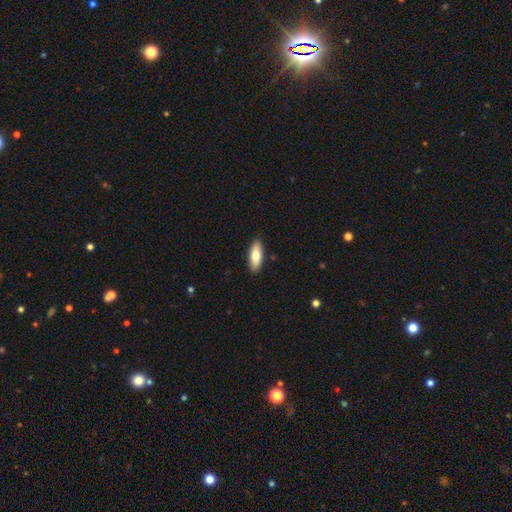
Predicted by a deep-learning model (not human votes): smooth-or-featured: smooth: 74% | featured or disk: 20% | star or artifact: 6%
  how-rounded: in between: 76% | cigar-shaped: 22% | round: 2%
  merging: none: 89% | minor disturbance: 8% | major disturbance: 2% | merger: 1%